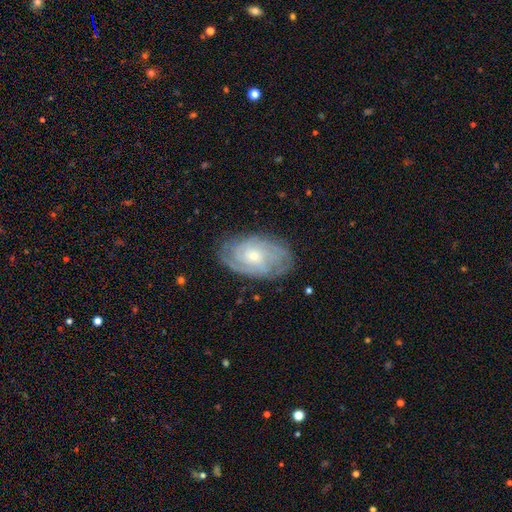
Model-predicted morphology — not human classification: type=featured or disk (78%); edge-on=no (95%); bar=no (69%); spiral arms=yes (94%); winding=tight (70%); arm count=can't tell (38%); bulge=small (51%); merging=none (80%).